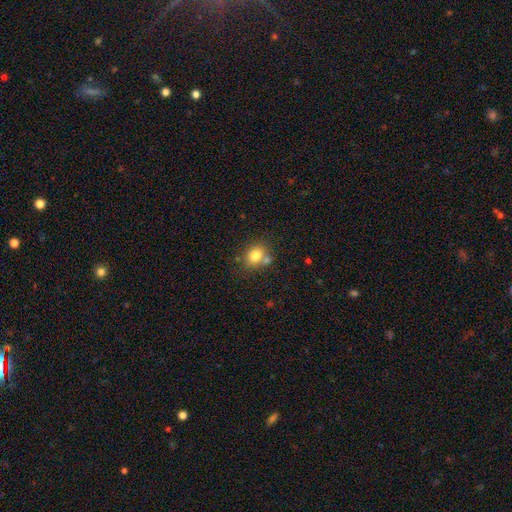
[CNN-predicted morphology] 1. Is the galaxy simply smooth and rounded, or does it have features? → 79% smooth, 11% featured or disk, 10% star or artifact.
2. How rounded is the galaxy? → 54% round, 45% in between, 1% cigar-shaped.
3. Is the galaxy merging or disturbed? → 59% none, 23% merger, 14% minor disturbance, 4% major disturbance.